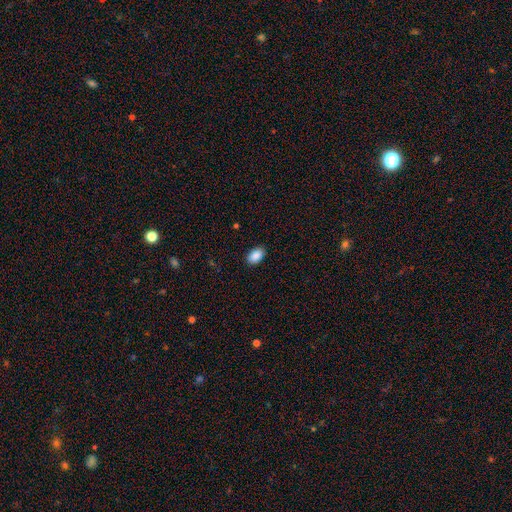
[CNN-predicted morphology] A smooth galaxy with no disk features (90%) that is in between round and cigar-shaped (91%). Merging: none (89%).